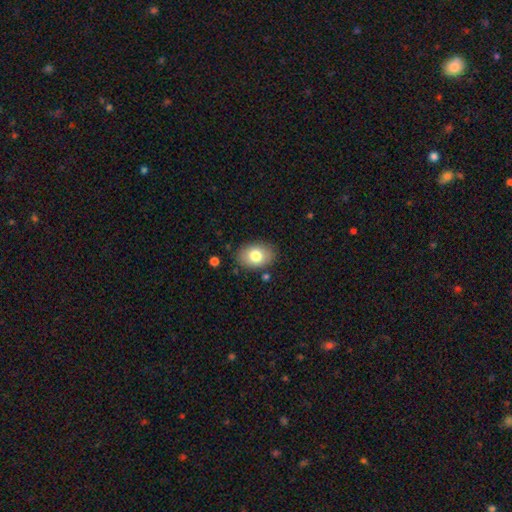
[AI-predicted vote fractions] The model was most divided on "how rounded": in between: 79%, round: 20%, cigar-shaped: 1%. More confident: merging — none (84%); smooth or featured — smooth (79%).